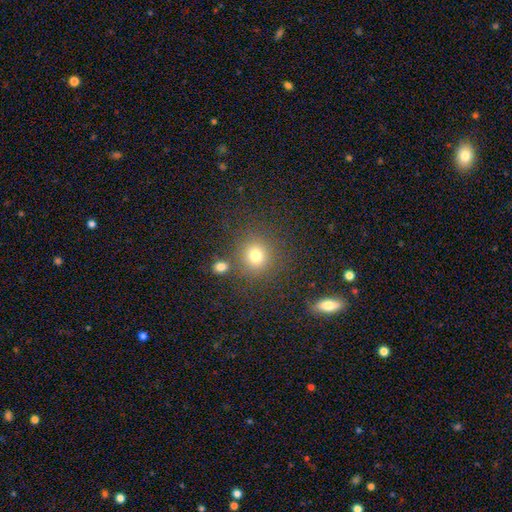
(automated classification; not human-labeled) Smooth or featured?
  - smooth: 76% *
  - star or artifact: 16%
  - featured or disk: 8%
How rounded?
  - round: 87% *
  - in between: 12%
  - cigar-shaped: 1%
Merging?
  - none: 78% *
  - minor disturbance: 9%
  - merger: 9%
  - major disturbance: 4%